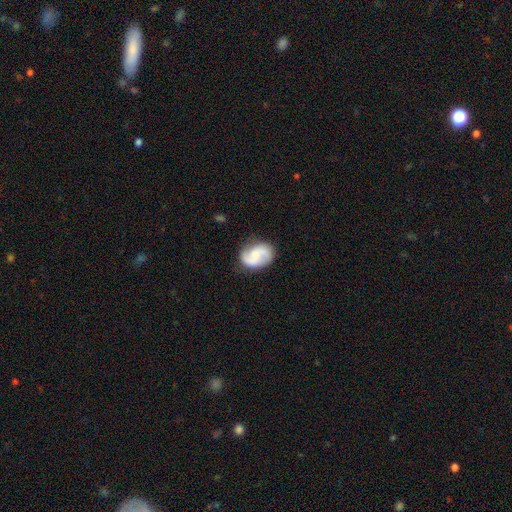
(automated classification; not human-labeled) The model was most divided on "spiral winding": medium: 45%, loose: 38%, tight: 18%. Remaining: edge-on disk — no (98%); spiral arms — yes (95%); spiral arm count — 2 (88%); merging — none (76%); smooth or featured — featured or disk (69%); bar — no (54%); bulge size — small (38%).